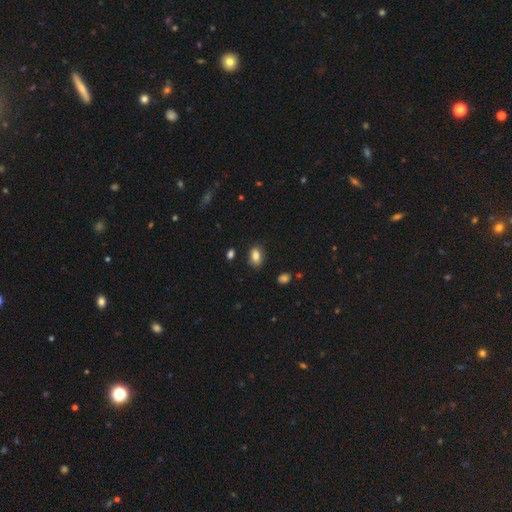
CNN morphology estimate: Smooth or featured? smooth (85%)
How rounded? in between (85%)
Merging? none (83%)